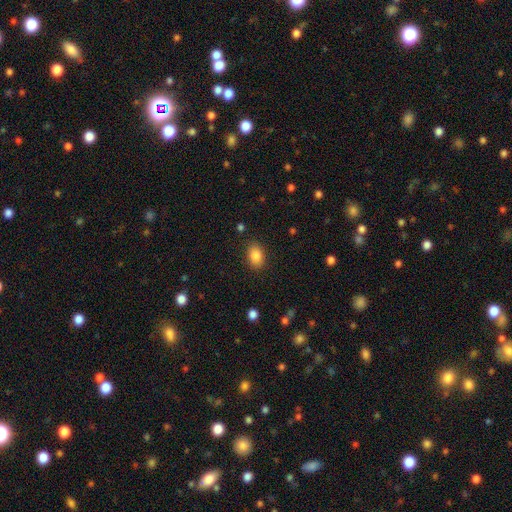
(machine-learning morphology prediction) This is clearly a smooth galaxy (86%). How rounded: clearly in between (83%). Merging: clearly none (86%).